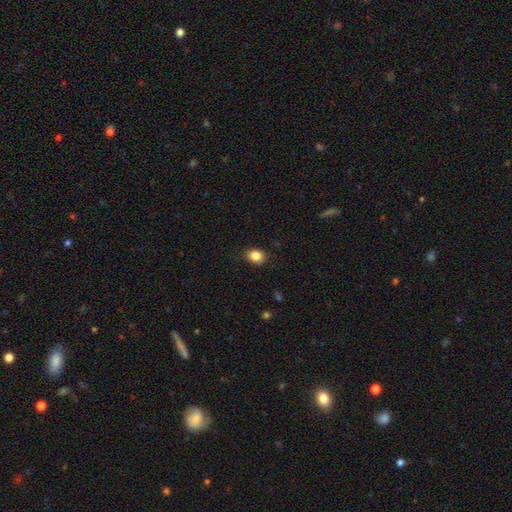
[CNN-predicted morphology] Overall: smooth (85%). How rounded: in between (59%; round 40%). Merging: none (82%).